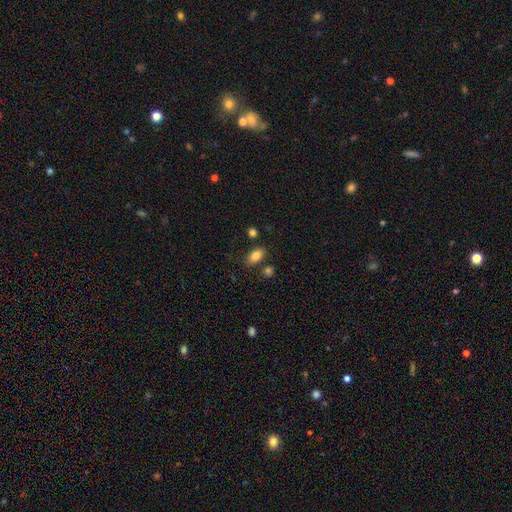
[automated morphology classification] Q: Smooth or featured?
A: smooth (84%); runner-up: star or artifact (9%)
Q: How rounded?
A: in between (89%); runner-up: round (7%)
Q: Merging?
A: none (79%); runner-up: minor disturbance (12%)